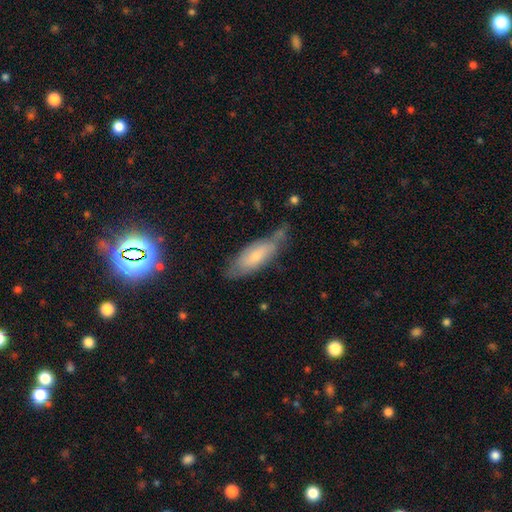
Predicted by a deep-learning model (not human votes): This is possibly a smooth galaxy (60%). How rounded: likely in between (66%). Merging: possibly none (51%).